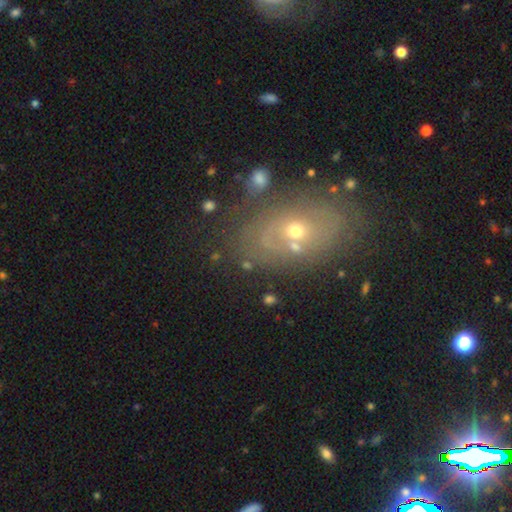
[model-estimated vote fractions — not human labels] Smooth or featured? Predicted: featured or disk (p=0.61). Edge-on disk? Predicted: no (p=0.93). Bar? Predicted: no (p=0.84). Spiral arms? Predicted: yes (p=0.53). Bulge size? Predicted: small (p=0.50). Merging? Predicted: none (p=0.67).